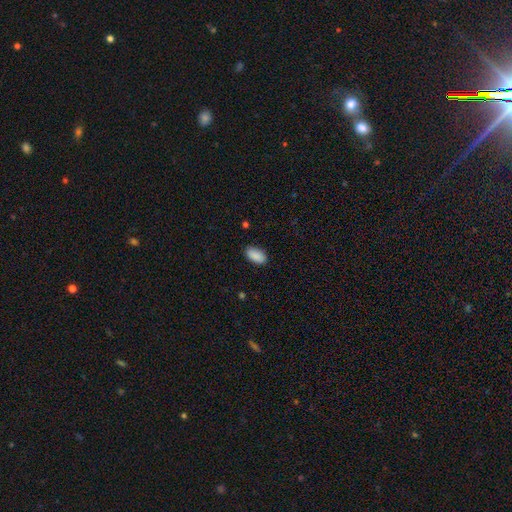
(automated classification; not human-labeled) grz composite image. It shows a smooth galaxy with no disk features (90%) that is in between round and cigar-shaped (94%). Merging: none (87%).